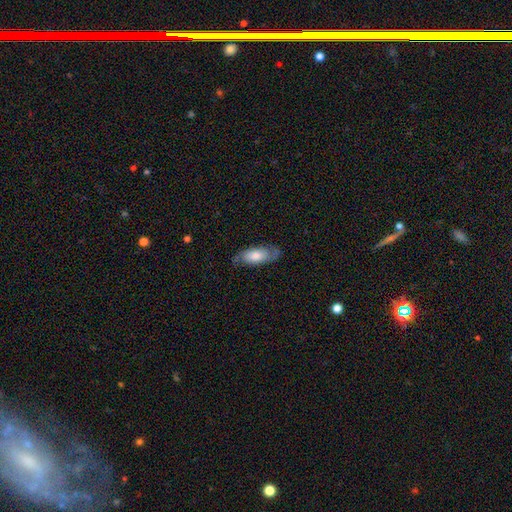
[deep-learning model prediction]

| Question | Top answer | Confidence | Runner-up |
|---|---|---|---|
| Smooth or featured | featured or disk | 48% | smooth (46%) |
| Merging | none | 71% | minor disturbance (20%) |